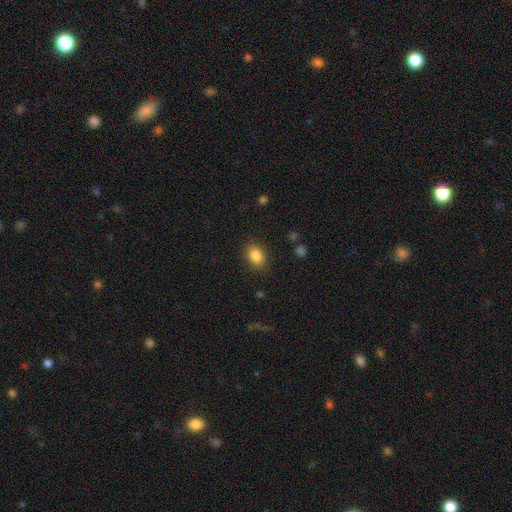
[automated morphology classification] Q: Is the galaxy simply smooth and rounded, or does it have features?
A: smooth — 85%.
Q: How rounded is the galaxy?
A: in between — 71%.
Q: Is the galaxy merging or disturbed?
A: none — 86%.